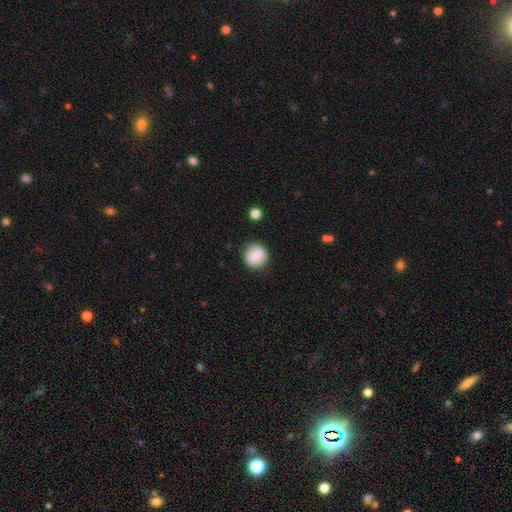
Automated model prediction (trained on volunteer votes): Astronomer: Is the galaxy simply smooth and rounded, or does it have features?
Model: smooth — 84%.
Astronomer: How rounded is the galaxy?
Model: round — 92%.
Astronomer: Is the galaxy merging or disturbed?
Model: none — 87%.